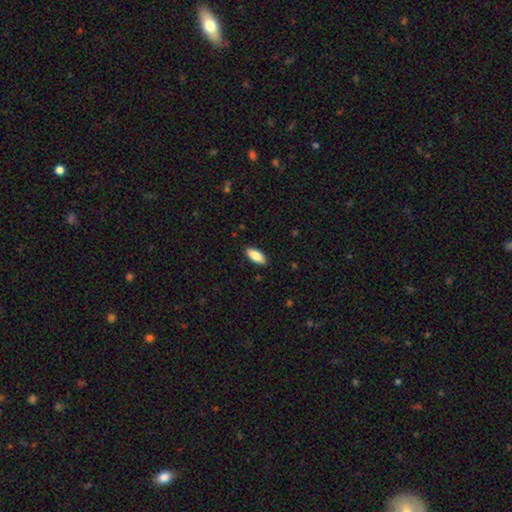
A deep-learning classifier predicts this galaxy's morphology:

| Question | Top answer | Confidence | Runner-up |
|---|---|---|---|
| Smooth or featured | smooth | 87% | featured or disk (7%) |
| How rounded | in between | 85% | cigar-shaped (14%) |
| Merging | none | 89% | minor disturbance (8%) |